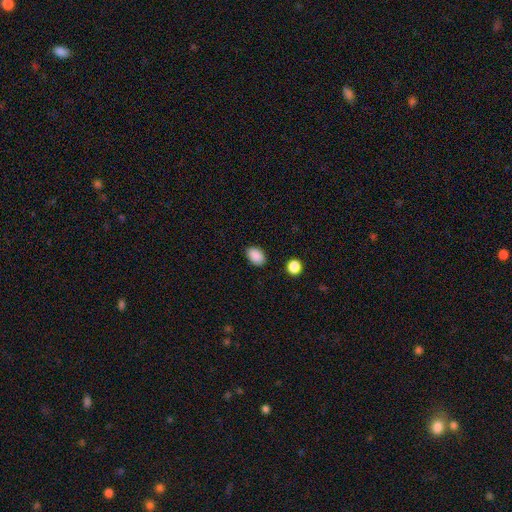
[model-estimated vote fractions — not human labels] Overall: smooth (89%). How rounded: in between (84%). Merging: none (85%).